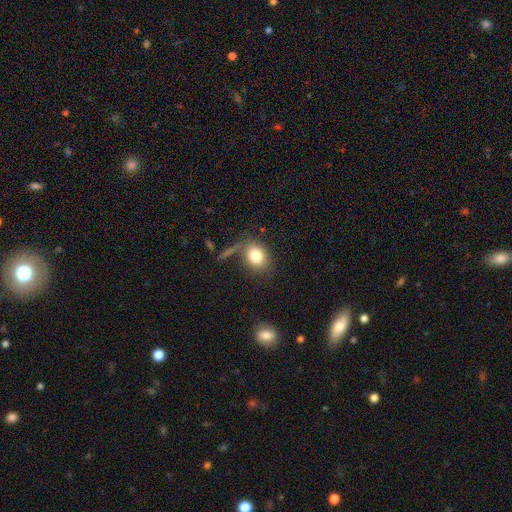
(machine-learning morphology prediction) Smooth or featured: smooth — 80% (featured or disk — 10%)
How rounded: round — 52% (in between — 47%)
Merging: none — 65% (minor disturbance — 16%)